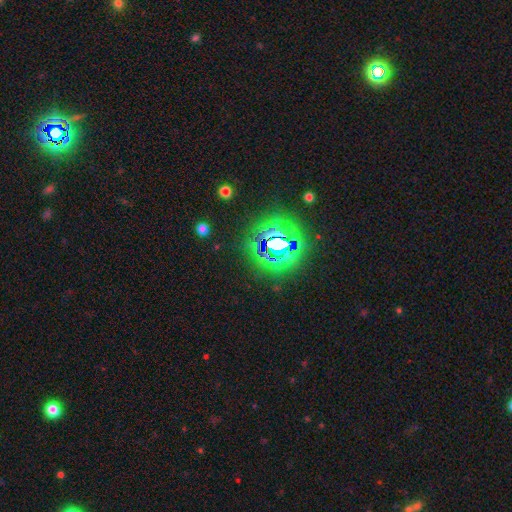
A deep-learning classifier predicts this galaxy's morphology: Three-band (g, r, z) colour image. It shows a star or artifact, not a galaxy (83%).